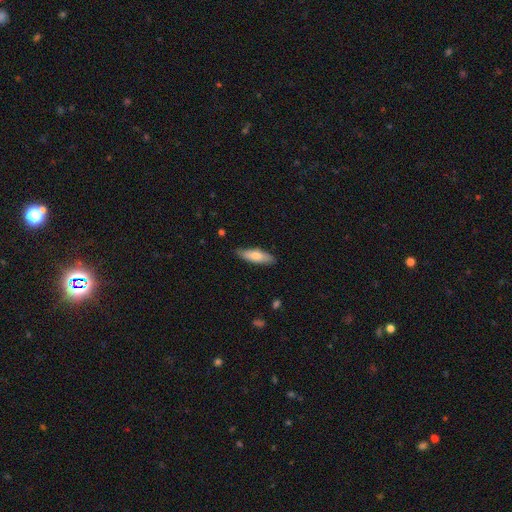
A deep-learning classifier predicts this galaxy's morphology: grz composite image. It shows a smooth galaxy with no disk features (71%) that is cigar-shaped (51%). Merging: none (84%).